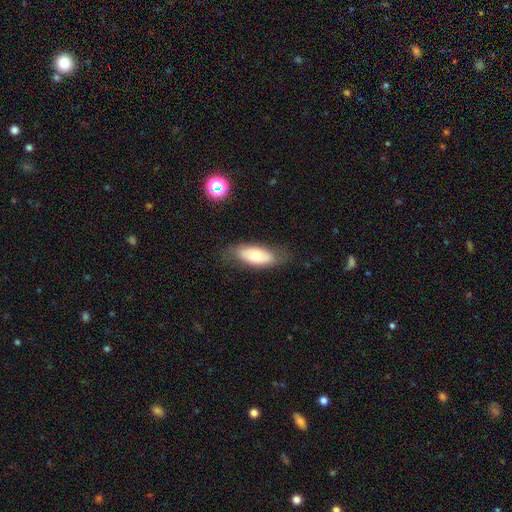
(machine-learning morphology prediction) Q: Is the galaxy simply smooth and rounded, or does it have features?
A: smooth — 64%.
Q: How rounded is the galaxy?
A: in between — 79%.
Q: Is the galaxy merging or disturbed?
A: none — 73%.